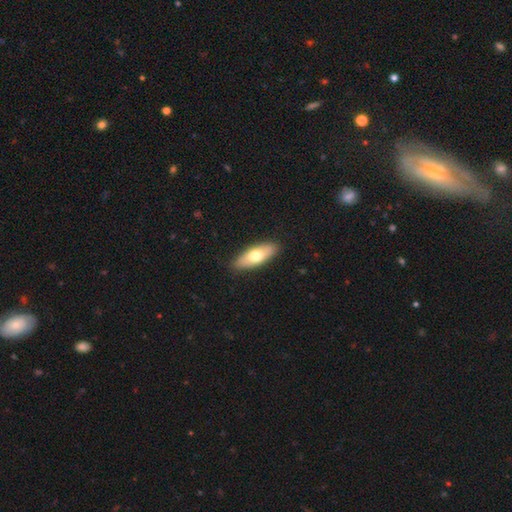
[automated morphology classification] Smooth or featured?
  - smooth: 65% *
  - featured or disk: 29%
  - star or artifact: 5%
How rounded?
  - in between: 69% *
  - cigar-shaped: 29%
  - round: 3%
Merging?
  - none: 88% *
  - minor disturbance: 9%
  - major disturbance: 2%
  - merger: 1%